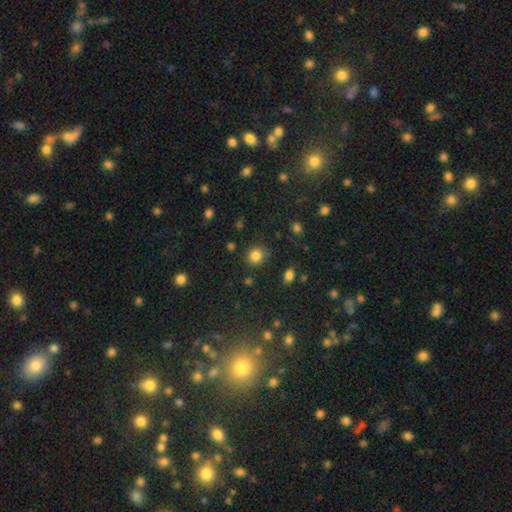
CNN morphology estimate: Smooth or featured: smooth — 83% (star or artifact — 13%)
How rounded: round — 85% (in between — 14%)
Merging: none — 81% (minor disturbance — 12%)